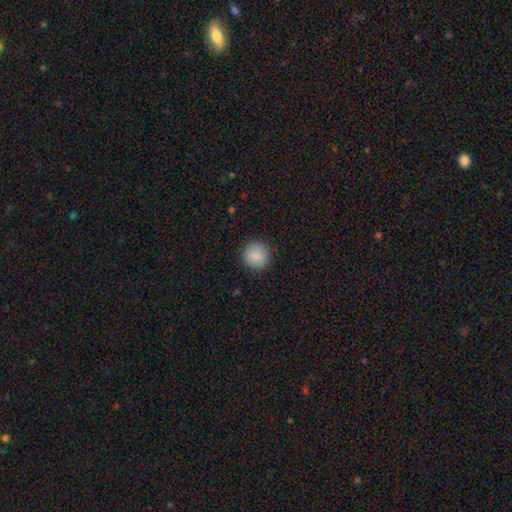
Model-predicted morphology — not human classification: smooth_or_featured: smooth (p=0.88) [alt: star or artifact p=0.08]
how_rounded: round (p=0.94) [alt: in between p=0.05]
merging: none (p=0.89) [alt: minor disturbance p=0.08]